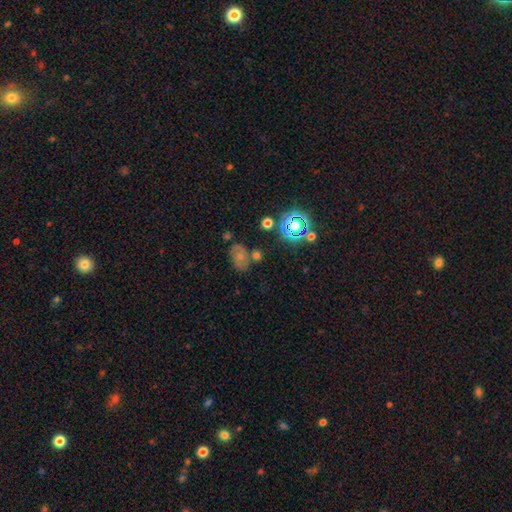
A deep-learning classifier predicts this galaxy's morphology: Overall: star or artifact (37%; smooth 36%).